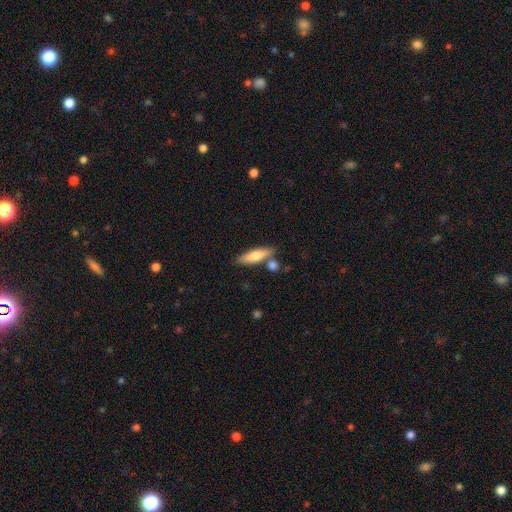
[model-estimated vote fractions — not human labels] Smooth or featured?
  - smooth: 67% *
  - featured or disk: 27%
  - star or artifact: 6%
How rounded?
  - cigar-shaped: 60% *
  - in between: 38%
  - round: 3%
Merging?
  - none: 70% *
  - merger: 15%
  - minor disturbance: 12%
  - major disturbance: 3%